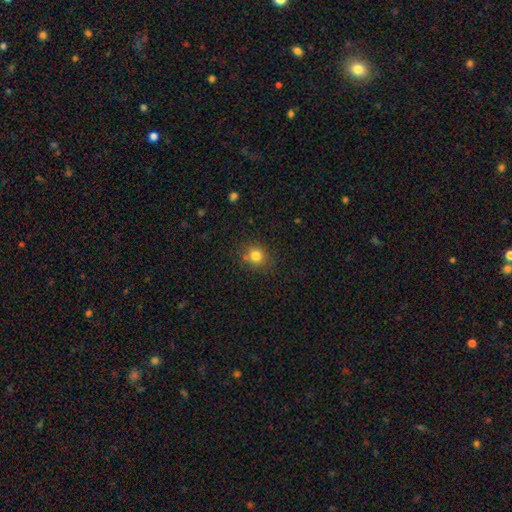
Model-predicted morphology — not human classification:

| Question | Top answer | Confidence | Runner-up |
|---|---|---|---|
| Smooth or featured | smooth | 81% | star or artifact (13%) |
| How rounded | round | 83% | in between (16%) |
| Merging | none | 79% | minor disturbance (12%) |